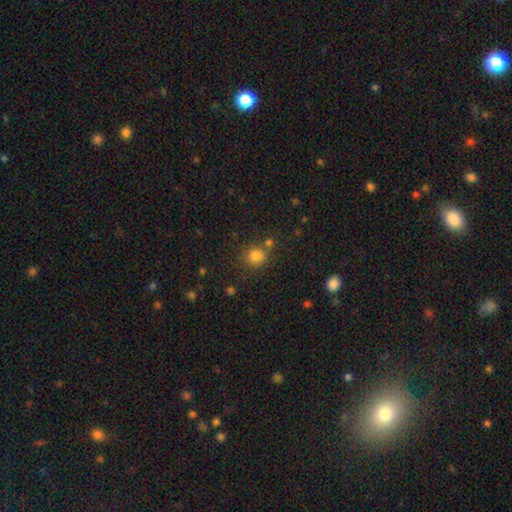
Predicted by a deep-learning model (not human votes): A smooth galaxy with no disk features (80%) that is round (81%). Merging: none (71%).